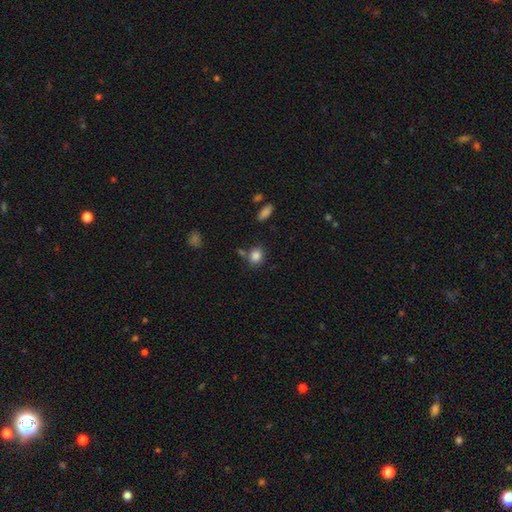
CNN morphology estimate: type=smooth (85%); roundness=round (65%); merging=none (72%).